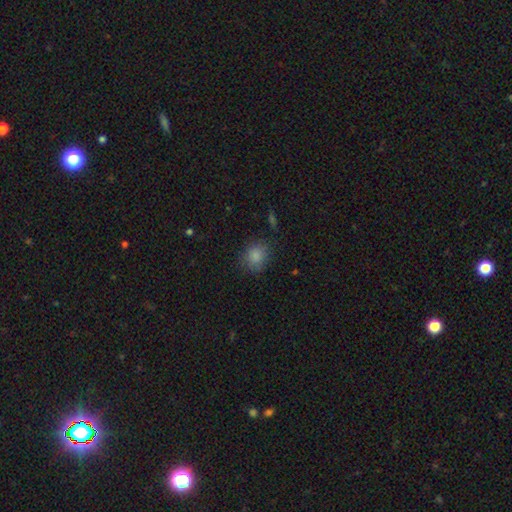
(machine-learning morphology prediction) This is clearly a smooth galaxy (85%). How rounded: likely round (64%). Merging: likely none (76%).